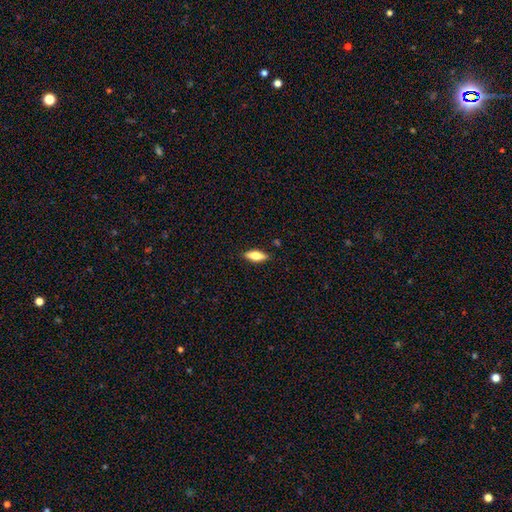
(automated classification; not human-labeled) Smooth or featured: smooth — 63% (featured or disk — 30%)
How rounded: in between — 65% (cigar-shaped — 33%)
Merging: none — 87% (minor disturbance — 10%)